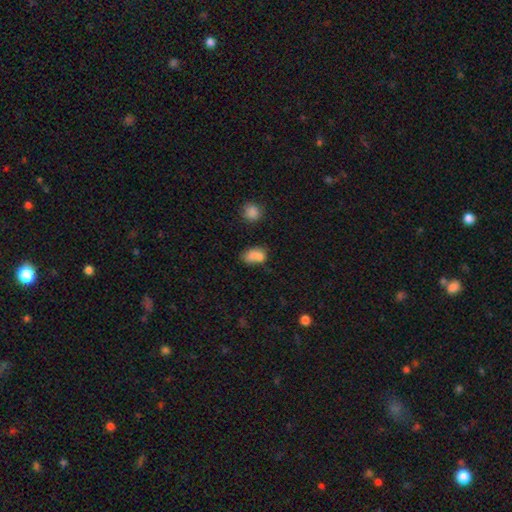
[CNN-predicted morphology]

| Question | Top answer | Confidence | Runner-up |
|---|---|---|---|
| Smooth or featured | smooth | 77% | star or artifact (12%) |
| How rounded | in between | 79% | round (19%) |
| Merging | none | 38% | merger (31%) |